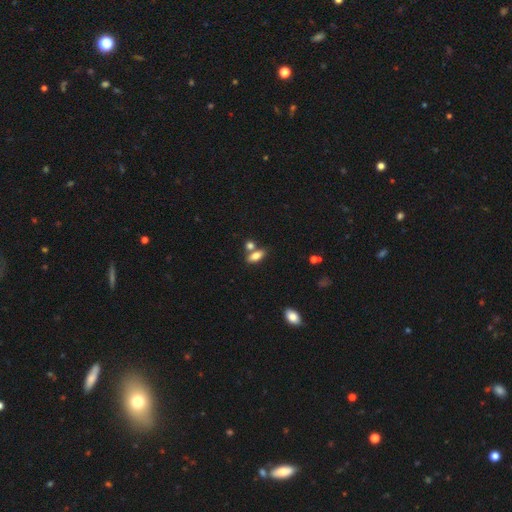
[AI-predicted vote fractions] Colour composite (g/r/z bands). It shows a smooth galaxy with no disk features (76%) that is in between round and cigar-shaped (77%). Merging: none (59%).